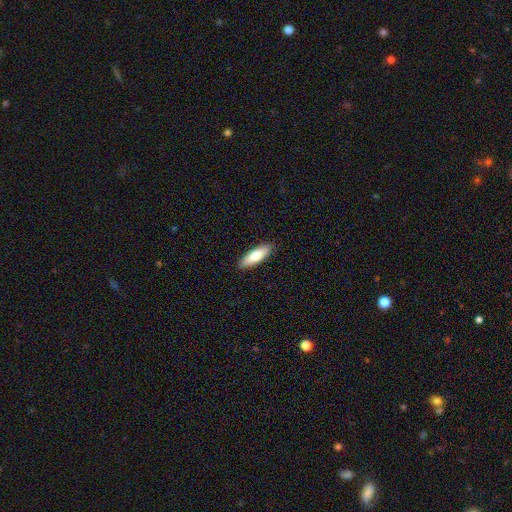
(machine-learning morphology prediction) A smooth galaxy with no disk features (80%) that is in between round and cigar-shaped (53%).

Vote fractions:
- Smooth or featured? smooth: 80% / featured or disk: 15% / star or artifact: 5%
- How rounded? in between: 53% / cigar-shaped: 46% / round: 2%
- Merging? none: 90% / minor disturbance: 7% / major disturbance: 1% / merger: 1%